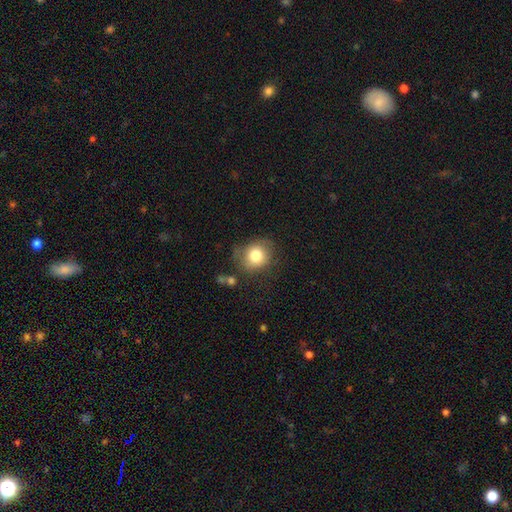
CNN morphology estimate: The model was most divided on "merging": none: 69%, minor disturbance: 20%, major disturbance: 7%, merger: 4%. More confident: smooth or featured — smooth (79%); how rounded — round (77%).